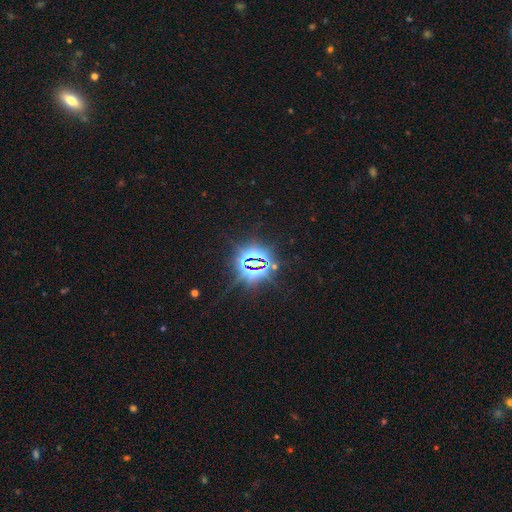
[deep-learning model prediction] Morphology: type=star or artifact (86%).